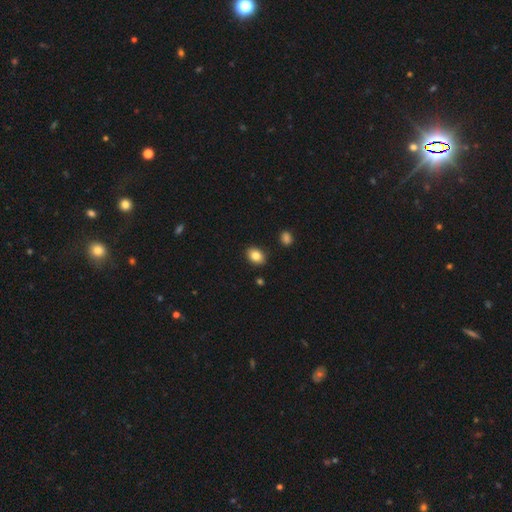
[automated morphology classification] Smooth or featured? smooth (84%)
How rounded? in between (74%)
Merging? none (89%)